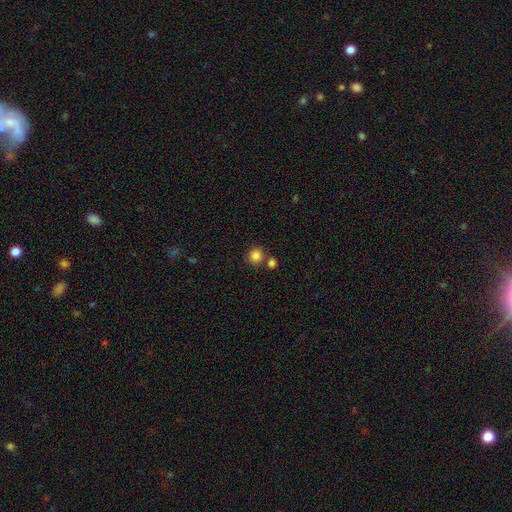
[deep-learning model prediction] smooth-or-featured: smooth: 84% | star or artifact: 11% | featured or disk: 5%
  how-rounded: round: 90% | in between: 9% | cigar-shaped: 1%
  merging: none: 70% | merger: 19% | minor disturbance: 8% | major disturbance: 3%